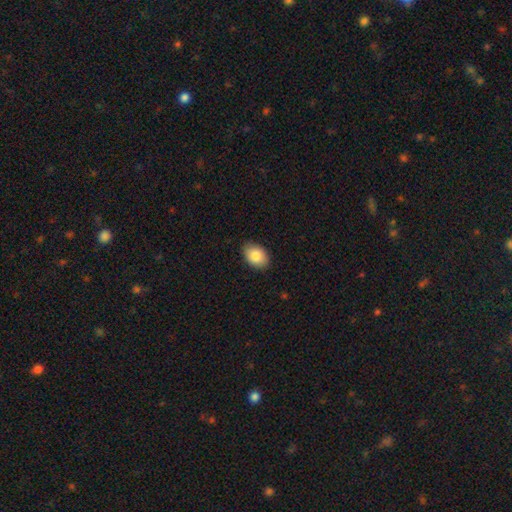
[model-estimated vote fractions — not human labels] Smooth or featured? Predicted: smooth (p=0.86). How rounded? Predicted: in between (p=0.82). Merging? Predicted: none (p=0.88).